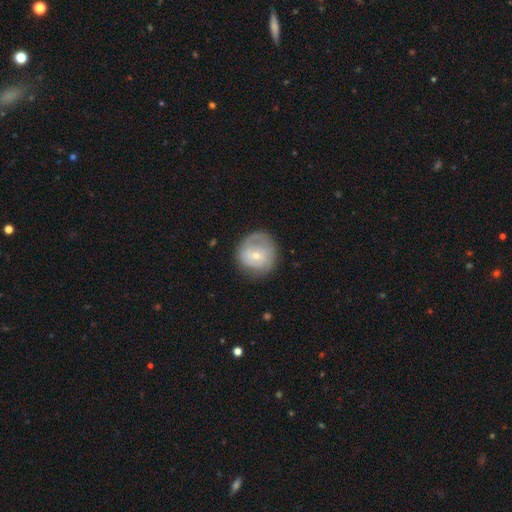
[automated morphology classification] Q: Smooth or featured?
A: featured or disk (51%); runner-up: smooth (43%)
Q: Edge-on disk?
A: no (97%); runner-up: yes (3%)
Q: Merging?
A: none (68%); runner-up: minor disturbance (21%)